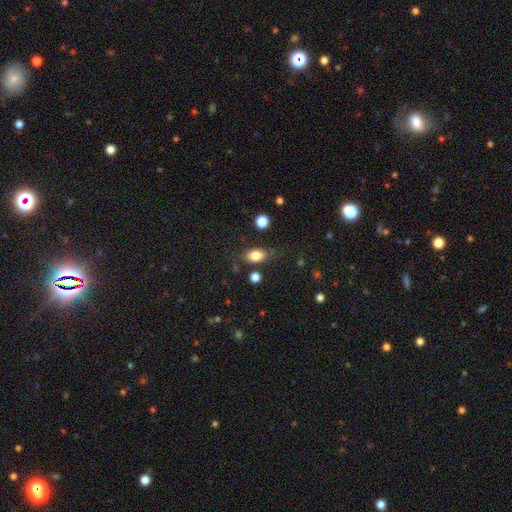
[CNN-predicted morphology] Smooth or featured? smooth (81%)
How rounded? in between (83%)
Merging? none (74%)